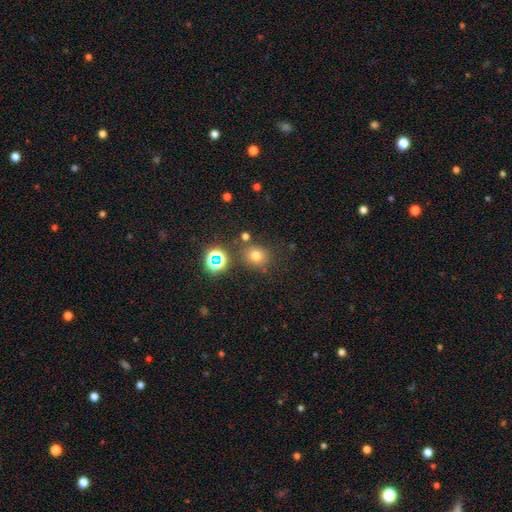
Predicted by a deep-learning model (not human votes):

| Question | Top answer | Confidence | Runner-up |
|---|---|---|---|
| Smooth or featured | smooth | 70% | star or artifact (22%) |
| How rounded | round | 80% | in between (19%) |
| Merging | none | 78% | minor disturbance (11%) |